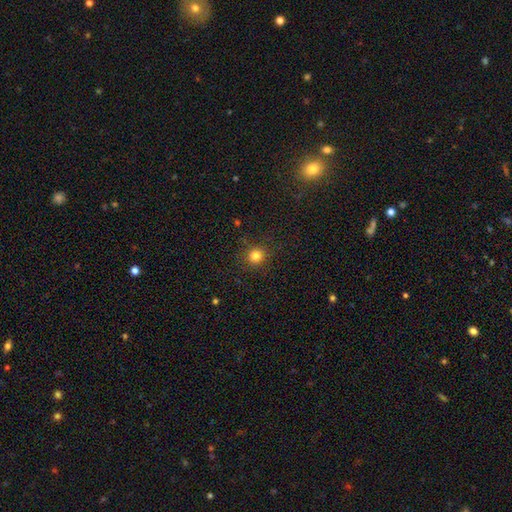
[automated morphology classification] smooth-or-featured: smooth: 81% | star or artifact: 14% | featured or disk: 5%
  how-rounded: round: 92% | in between: 7% | cigar-shaped: 1%
  merging: none: 88% | minor disturbance: 8% | major disturbance: 3% | merger: 1%